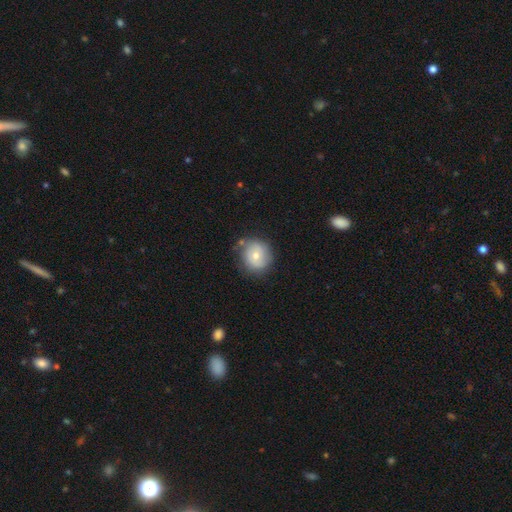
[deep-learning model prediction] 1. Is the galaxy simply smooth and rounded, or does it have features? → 58% smooth, 34% featured or disk, 8% star or artifact.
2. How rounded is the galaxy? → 87% round, 12% in between, 1% cigar-shaped.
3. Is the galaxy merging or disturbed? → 71% none, 20% minor disturbance, 5% major disturbance, 4% merger.